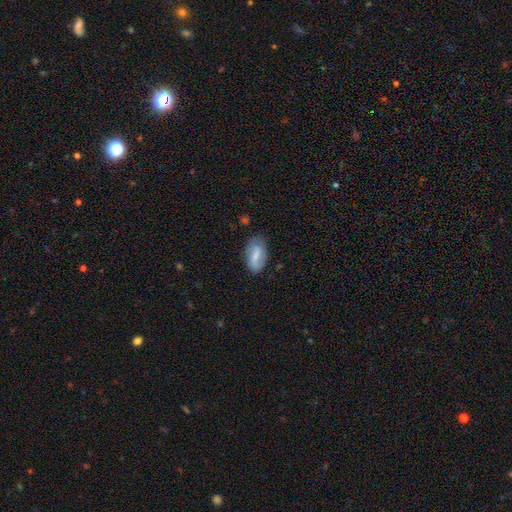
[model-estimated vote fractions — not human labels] Q: Smooth or featured?
A: smooth (61%); runner-up: featured or disk (32%)
Q: How rounded?
A: in between (92%); runner-up: cigar-shaped (5%)
Q: Merging?
A: none (70%); runner-up: minor disturbance (22%)